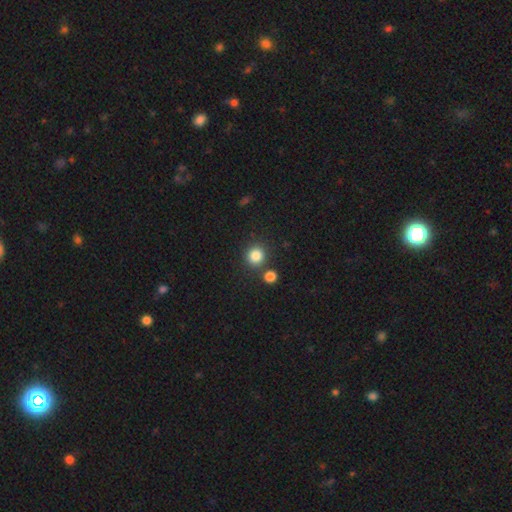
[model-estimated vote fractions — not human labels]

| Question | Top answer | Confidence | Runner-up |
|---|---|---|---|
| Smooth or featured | smooth | 84% | star or artifact (11%) |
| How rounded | round | 90% | in between (9%) |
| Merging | none | 78% | merger (11%) |